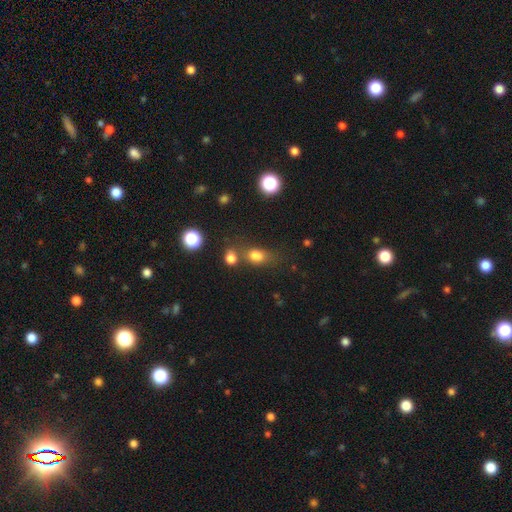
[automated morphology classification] This is likely a smooth galaxy (77%). How rounded: likely in between (68%). Merging: possibly none (50%).